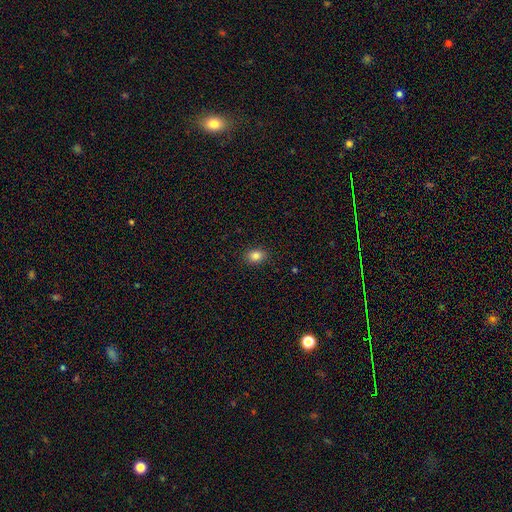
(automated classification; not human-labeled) smooth_or_featured: smooth (p=0.84) [alt: star or artifact p=0.11]
how_rounded: in between (p=0.61) [alt: round p=0.38]
merging: none (p=0.89) [alt: minor disturbance p=0.08]